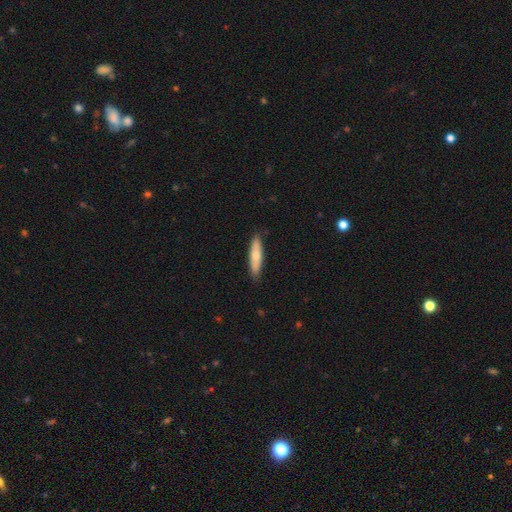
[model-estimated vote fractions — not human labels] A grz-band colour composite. It shows a smooth galaxy with no disk features (66%) that is cigar-shaped (77%). Merging: none (86%).